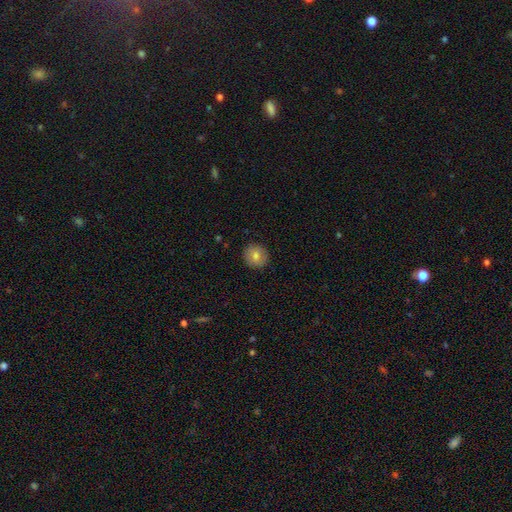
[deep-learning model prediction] The model was most divided on "smooth or featured": smooth: 77%, featured or disk: 14%, star or artifact: 9%. More confident: how rounded — round (93%); merging — none (91%).